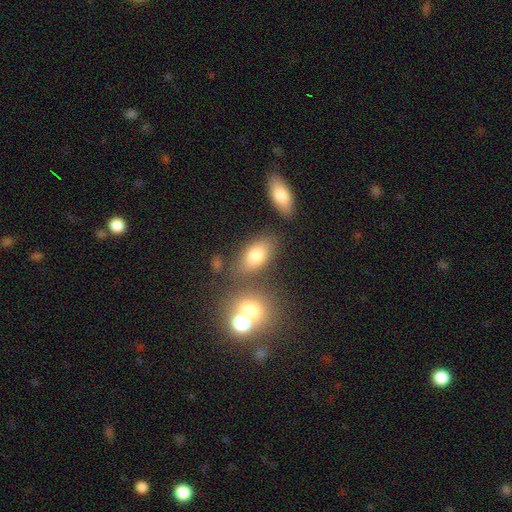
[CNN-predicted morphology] A smooth galaxy with no disk features (78%) that is in between round and cigar-shaped (86%). Merging: none (69%).